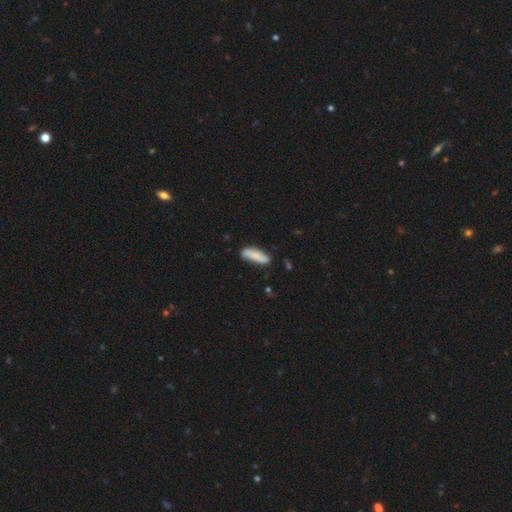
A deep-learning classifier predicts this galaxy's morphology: smooth 73%, featured or disk 21%, star or artifact 6%. Down the decision tree: how rounded — cigar-shaped (49%, tied with in between); merging — none (75%).